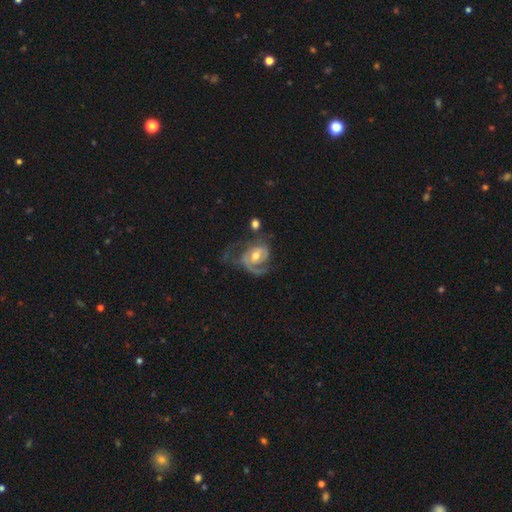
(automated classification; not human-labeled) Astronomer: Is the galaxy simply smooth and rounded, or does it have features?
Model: featured or disk — 80%.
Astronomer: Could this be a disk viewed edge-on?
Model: no — 97%.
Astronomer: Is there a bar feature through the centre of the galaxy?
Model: no — 49% (runner-up: weak, 38%).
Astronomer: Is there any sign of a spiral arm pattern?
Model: yes — 87%.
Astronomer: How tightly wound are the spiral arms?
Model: tight — 40%, tied with medium at 40%.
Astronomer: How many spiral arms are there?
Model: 2 — 43% (runner-up: 1, 36%).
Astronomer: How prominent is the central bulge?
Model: moderate — 70%.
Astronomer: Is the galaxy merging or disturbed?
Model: major disturbance — 37%, tied with none at 37%.